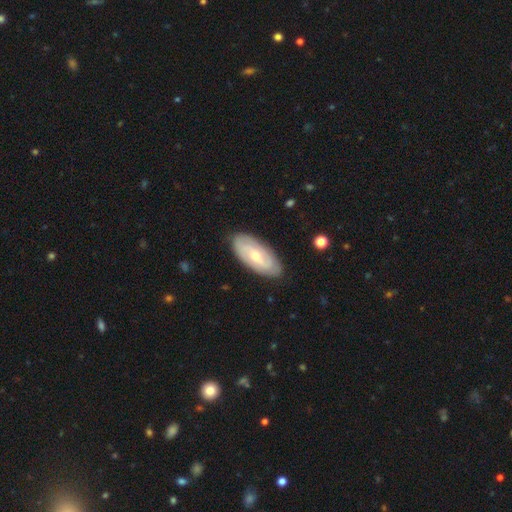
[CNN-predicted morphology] This appears to be a featured or disk galaxy (60%) with no bar (52%), spiral arms (72%) and a small central bulge (55%). Merging: none (85%).